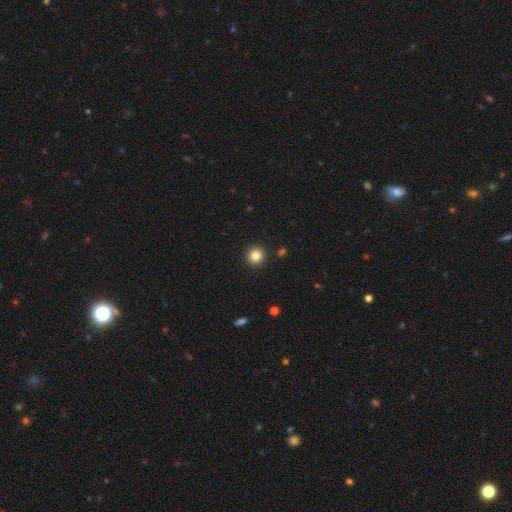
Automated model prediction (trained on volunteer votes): This is clearly a smooth galaxy (84%). How rounded: clearly round (94%). Merging: clearly none (92%).